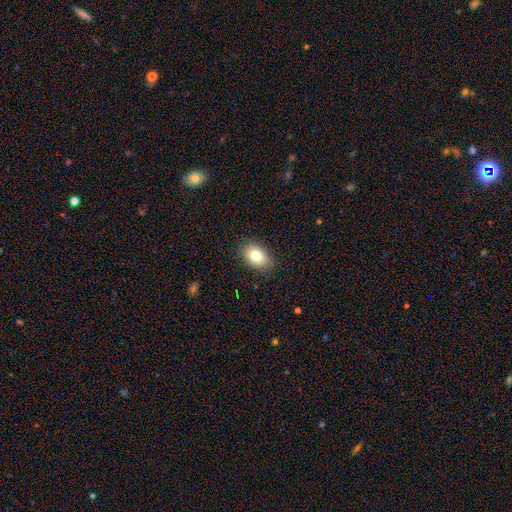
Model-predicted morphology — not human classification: Smooth or featured: smooth — 78% (featured or disk — 13%)
How rounded: in between — 85% (round — 14%)
Merging: none — 87% (minor disturbance — 10%)